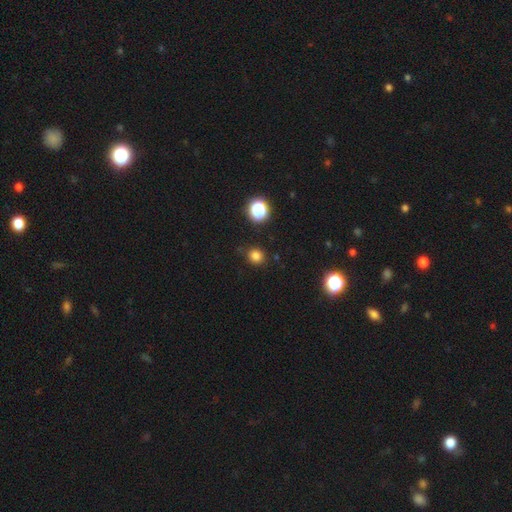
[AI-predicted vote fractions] Smooth or featured: smooth — 80% (star or artifact — 16%)
How rounded: round — 85% (in between — 14%)
Merging: none — 87% (minor disturbance — 9%)